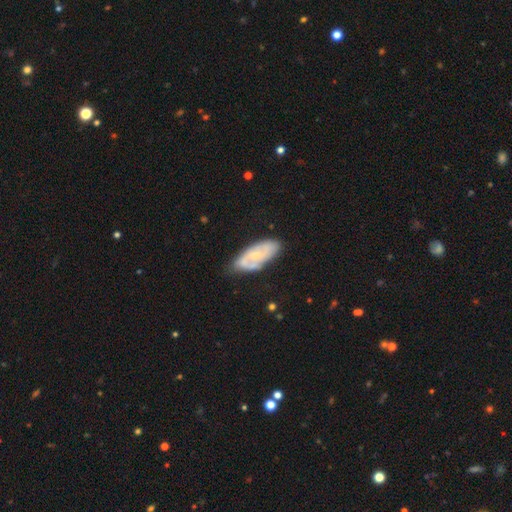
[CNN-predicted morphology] A featured or disk galaxy (52%). Merging: none (67%).